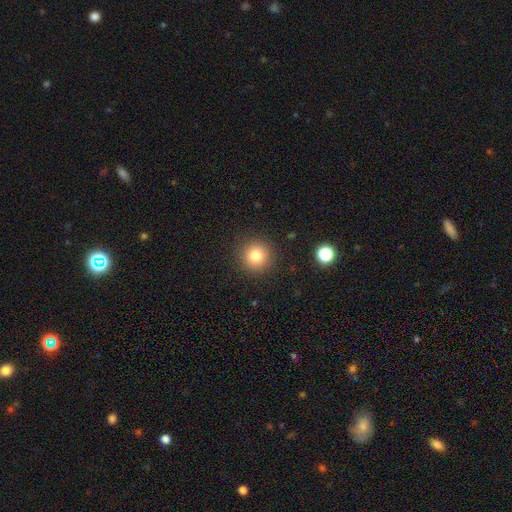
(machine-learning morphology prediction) Smooth or featured? Predicted: smooth (p=0.80). How rounded? Predicted: round (p=0.94). Merging? Predicted: none (p=0.90).